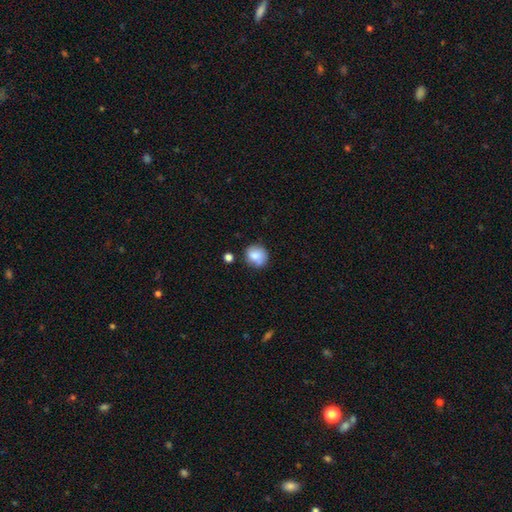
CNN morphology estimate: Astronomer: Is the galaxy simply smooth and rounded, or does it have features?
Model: smooth — 79%.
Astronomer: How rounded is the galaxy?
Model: round — 81%.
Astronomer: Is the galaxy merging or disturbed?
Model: none — 68%.